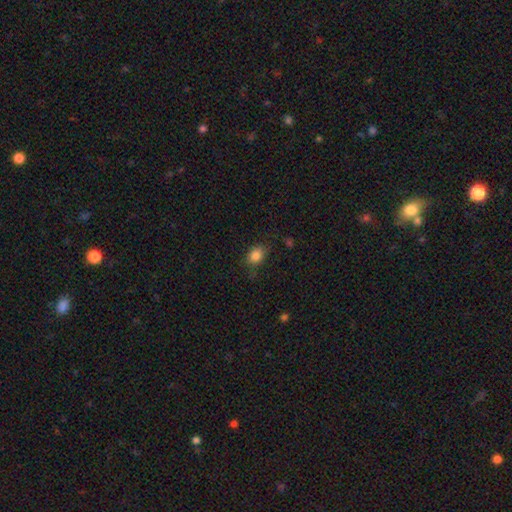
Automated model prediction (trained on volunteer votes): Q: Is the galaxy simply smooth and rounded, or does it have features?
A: smooth — 84%.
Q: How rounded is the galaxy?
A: in between — 62%.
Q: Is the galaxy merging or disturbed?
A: none — 75%.